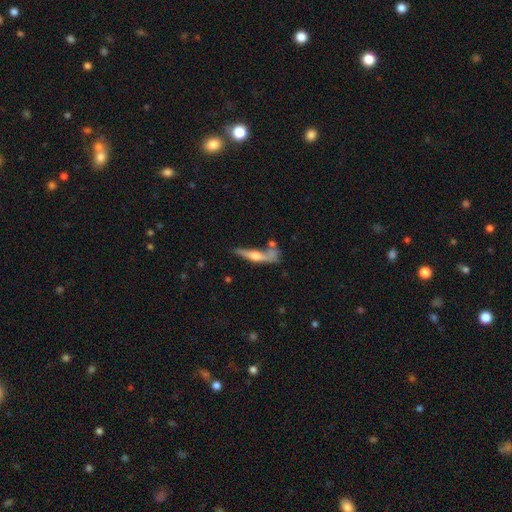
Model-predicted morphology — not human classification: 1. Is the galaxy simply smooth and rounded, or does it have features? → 56% featured or disk, 37% smooth, 7% star or artifact.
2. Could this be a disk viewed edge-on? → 89% yes, 11% no.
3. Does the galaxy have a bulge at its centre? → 88% rounded, 6% boxy, 6% none.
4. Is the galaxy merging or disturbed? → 47% none, 20% minor disturbance, 19% merger, 13% major disturbance.